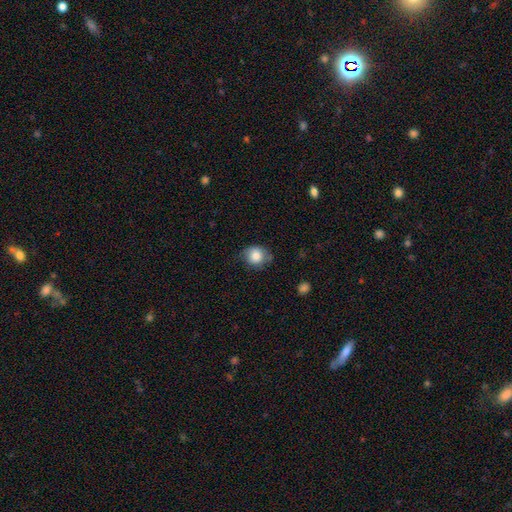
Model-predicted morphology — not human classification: Q: Smooth or featured?
A: smooth (82%); runner-up: featured or disk (10%)
Q: How rounded?
A: round (71%); runner-up: in between (28%)
Q: Merging?
A: none (65%); runner-up: minor disturbance (27%)